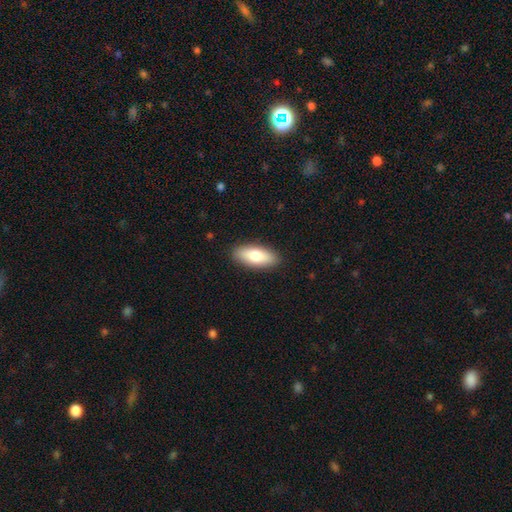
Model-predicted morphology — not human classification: Q: Smooth or featured?
A: smooth (79%); runner-up: featured or disk (15%)
Q: How rounded?
A: in between (79%); runner-up: cigar-shaped (19%)
Q: Merging?
A: none (89%); runner-up: minor disturbance (8%)